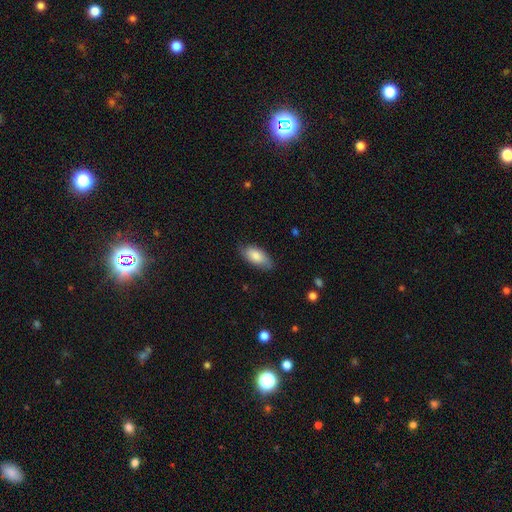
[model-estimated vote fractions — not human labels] Overall: smooth (79%). How rounded: in between (91%). Merging: none (77%).